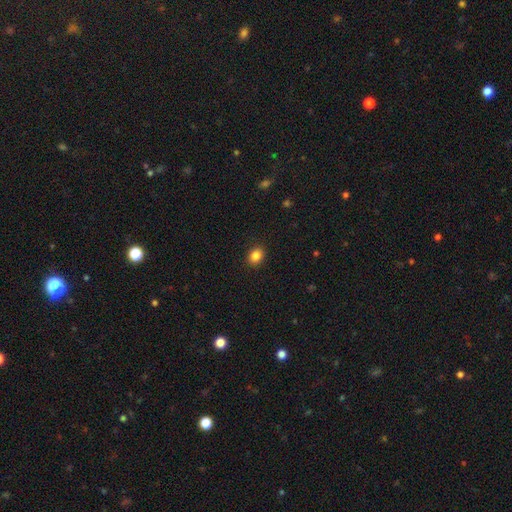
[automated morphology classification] Overall: smooth (85%). How rounded: round (59%; in between 40%). Merging: none (91%).